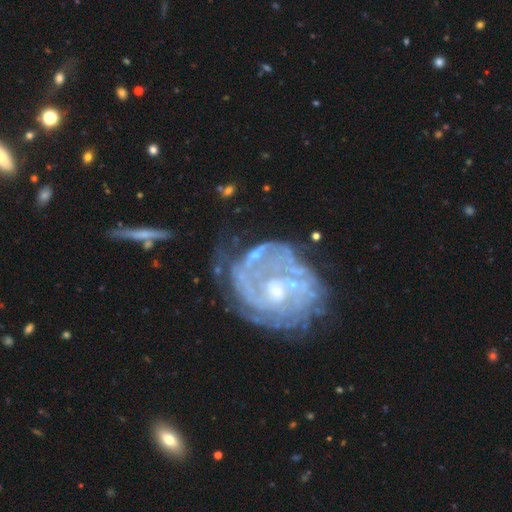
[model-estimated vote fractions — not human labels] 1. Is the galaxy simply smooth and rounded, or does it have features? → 81% featured or disk, 11% smooth, 8% star or artifact.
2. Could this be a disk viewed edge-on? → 98% no, 2% yes.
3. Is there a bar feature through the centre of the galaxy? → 70% no, 24% weak, 6% strong.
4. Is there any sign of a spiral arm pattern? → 75% yes, 25% no.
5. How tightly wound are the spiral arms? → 57% tight, 29% medium, 14% loose.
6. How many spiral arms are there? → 44% can't tell, 24% 2, 10% 3, 10% 1, 6% 4, 6% more than 4.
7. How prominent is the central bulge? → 43% small, 41% moderate, 11% none, 4% large, 2% dominant.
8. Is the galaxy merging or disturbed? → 43% none, 26% major disturbance, 21% minor disturbance, 10% merger.